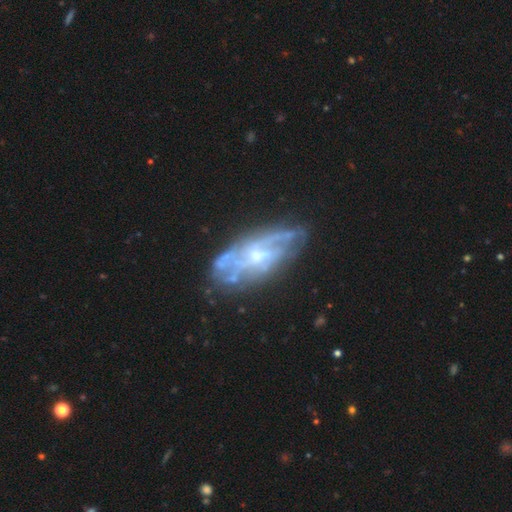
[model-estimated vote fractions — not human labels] Q: Smooth or featured?
A: featured or disk (79%); runner-up: smooth (13%)
Q: Edge-on disk?
A: no (86%); runner-up: yes (14%)
Q: Bar?
A: no (54%); runner-up: weak (36%)
Q: Spiral arms?
A: yes (73%); runner-up: no (27%)
Q: Bulge size?
A: small (50%); runner-up: moderate (38%)
Q: Merging?
A: none (64%); runner-up: minor disturbance (21%)